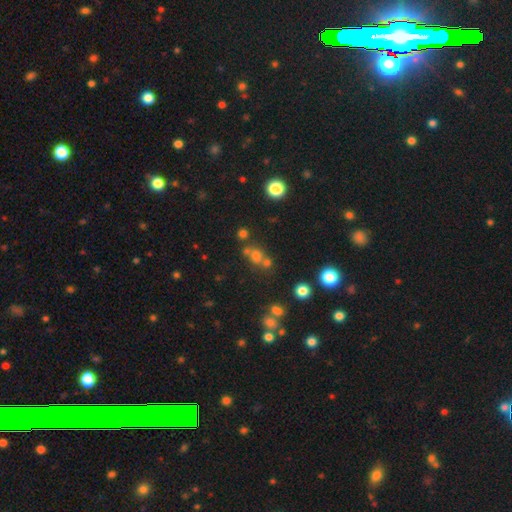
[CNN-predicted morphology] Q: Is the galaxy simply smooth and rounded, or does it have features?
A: smooth — 58%.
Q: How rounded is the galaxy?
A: round — 76%.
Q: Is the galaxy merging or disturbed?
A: none — 49%.